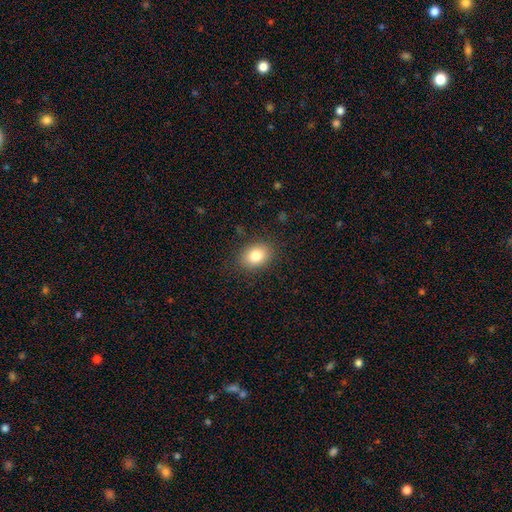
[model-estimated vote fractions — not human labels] The model was most divided on "how rounded": in between: 69%, round: 30%, cigar-shaped: 1%. More confident: merging — none (86%); smooth or featured — smooth (83%).